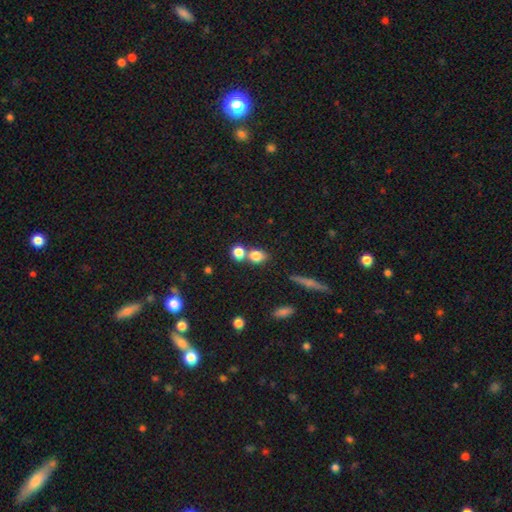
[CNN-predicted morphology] A smooth galaxy with no disk features (79%) that is round (52%).

Vote fractions:
- Smooth or featured? smooth: 79% / star or artifact: 11% / featured or disk: 10%
- How rounded? round: 52% / in between: 45% / cigar-shaped: 3%
- Merging? none: 50% / merger: 38% / minor disturbance: 9% / major disturbance: 4%